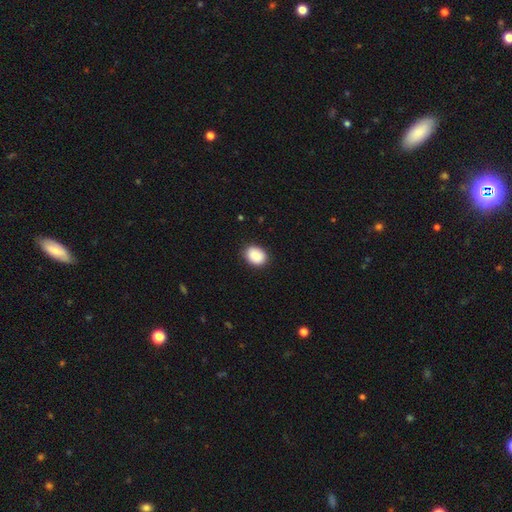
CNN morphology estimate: Q: Smooth or featured?
A: smooth (88%); runner-up: star or artifact (7%)
Q: How rounded?
A: in between (60%); runner-up: round (39%)
Q: Merging?
A: none (87%); runner-up: minor disturbance (10%)